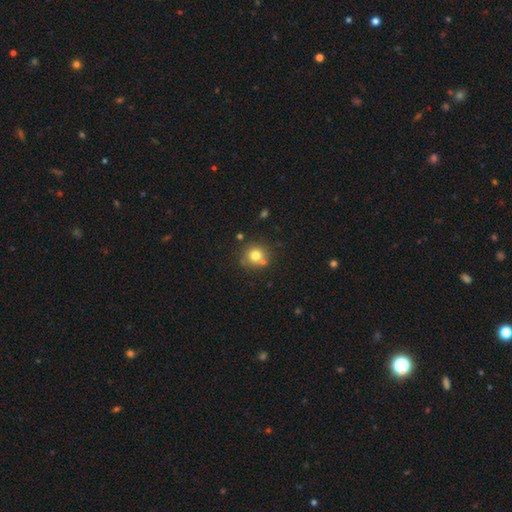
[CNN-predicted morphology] smooth-or-featured: smooth: 76% | star or artifact: 13% | featured or disk: 11%
  how-rounded: round: 91% | in between: 8% | cigar-shaped: 1%
  merging: none: 72% | merger: 14% | minor disturbance: 10% | major disturbance: 3%